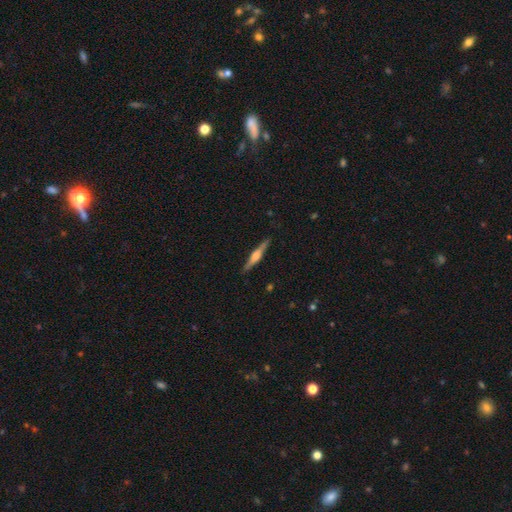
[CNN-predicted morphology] Overall: featured or disk (70%). Edge-on disk: yes (98%). Edge-on bulge: rounded (78%). Merging: none (89%).